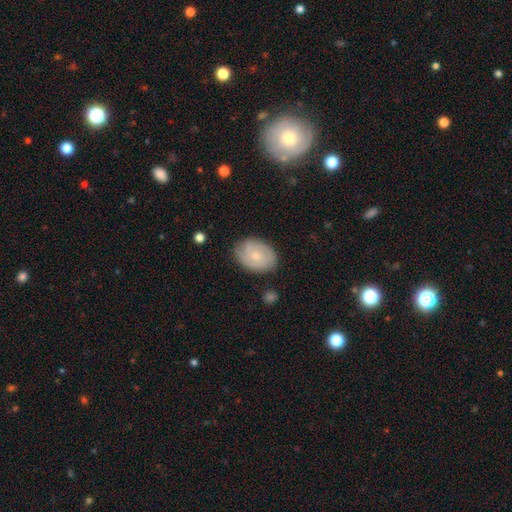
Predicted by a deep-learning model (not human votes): smooth-or-featured: smooth: 47% | featured or disk: 46% | star or artifact: 7%
  merging: none: 77% | minor disturbance: 18% | major disturbance: 4% | merger: 1%